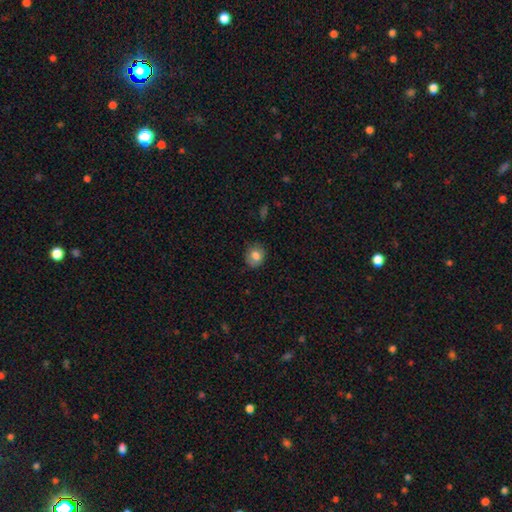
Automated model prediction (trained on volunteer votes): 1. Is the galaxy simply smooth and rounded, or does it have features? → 80% smooth, 11% featured or disk, 10% star or artifact.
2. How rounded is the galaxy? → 68% round, 31% in between, 1% cigar-shaped.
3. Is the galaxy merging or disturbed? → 75% none, 19% minor disturbance, 4% major disturbance, 1% merger.